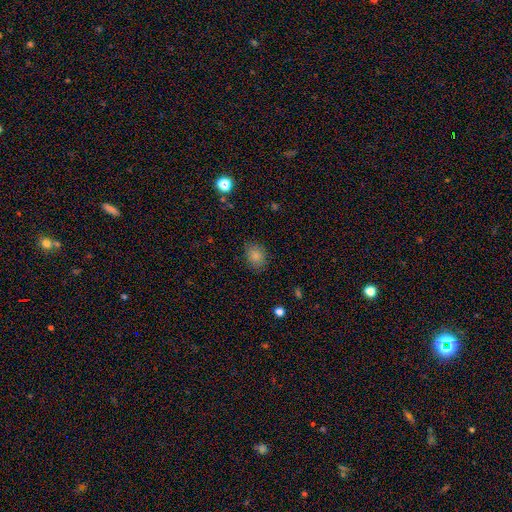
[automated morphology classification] smooth-or-featured: smooth: 83% | star or artifact: 11% | featured or disk: 6%
  how-rounded: in between: 58% | round: 41% | cigar-shaped: 1%
  merging: none: 81% | minor disturbance: 15% | major disturbance: 4% | merger: 1%